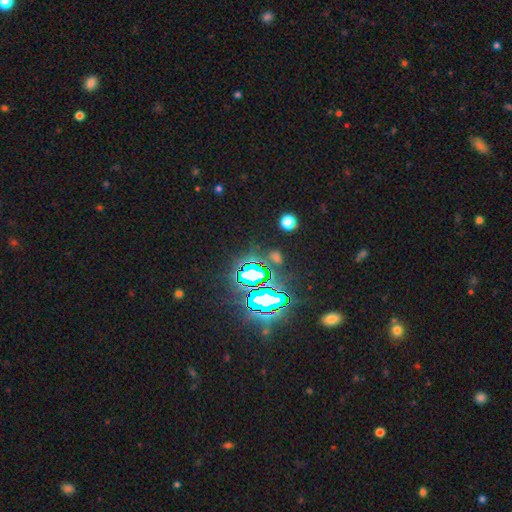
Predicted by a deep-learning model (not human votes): Smooth or featured: star or artifact — 83% (smooth — 10%)